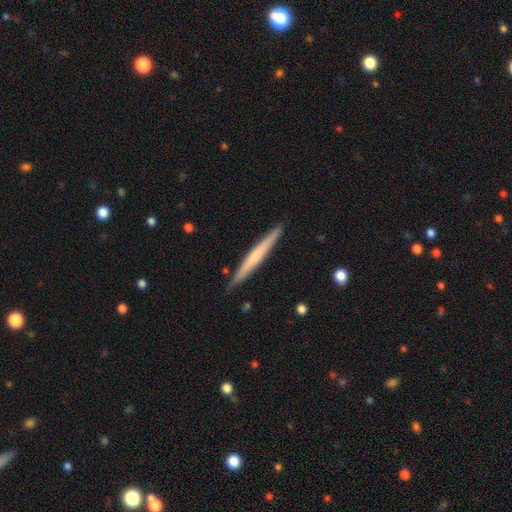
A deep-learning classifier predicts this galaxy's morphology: type=featured or disk (48%); merging=none (90%).